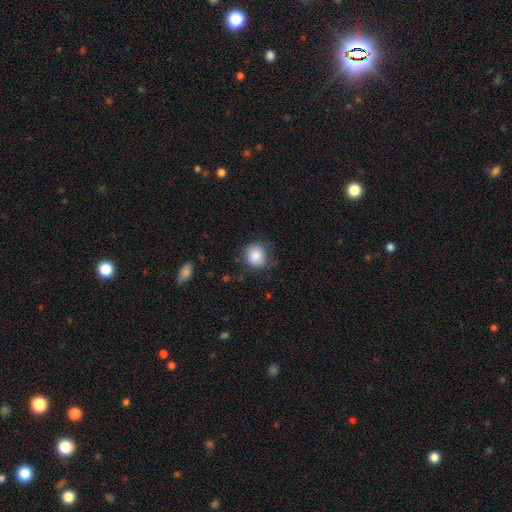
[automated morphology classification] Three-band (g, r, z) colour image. It shows a smooth galaxy with no disk features (83%) that is round (81%). Merging: none (72%).